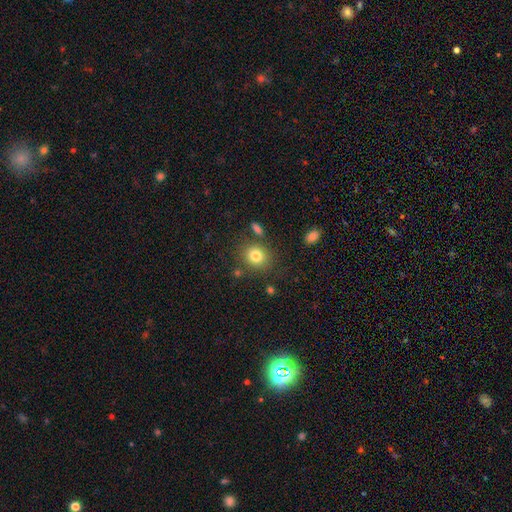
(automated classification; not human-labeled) smooth-or-featured: smooth: 81% | star or artifact: 11% | featured or disk: 8%
  how-rounded: round: 77% | in between: 22% | cigar-shaped: 1%
  merging: none: 79% | minor disturbance: 10% | merger: 6% | major disturbance: 4%